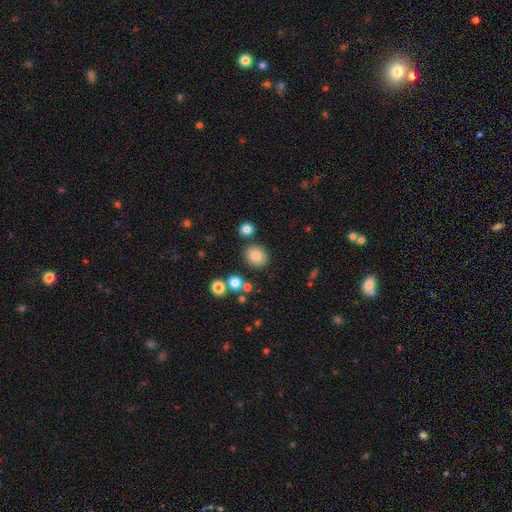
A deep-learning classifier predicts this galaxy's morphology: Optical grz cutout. It shows a smooth galaxy with no disk features (83%) that is round (73%). Merging: none (82%).